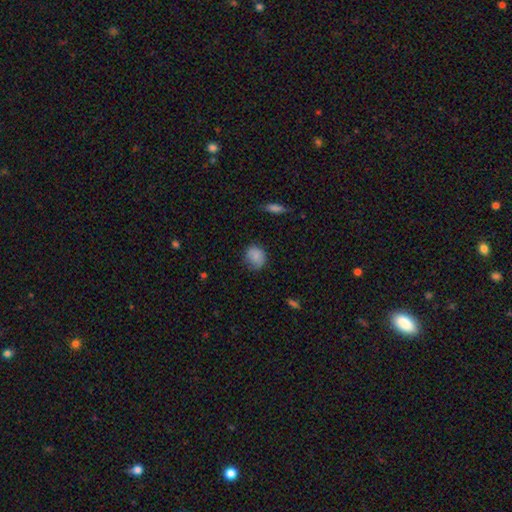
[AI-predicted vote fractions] Morphology: type=smooth (83%); roundness=round (66%); merging=none (66%).